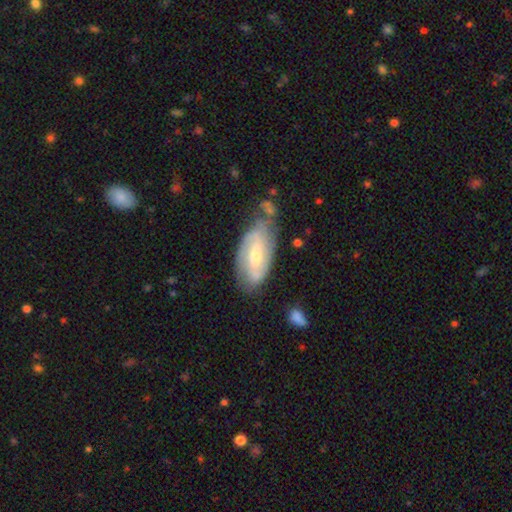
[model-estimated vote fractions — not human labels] Smooth or featured? featured or disk (73%)
Edge-on disk? no (93%)
Bar? weak (47%)
Spiral arms? yes (89%)
Spiral winding? medium (40%, tied with tight)
Spiral arm count? 2 (66%)
Bulge size? small (52%)
Merging? none (60%)